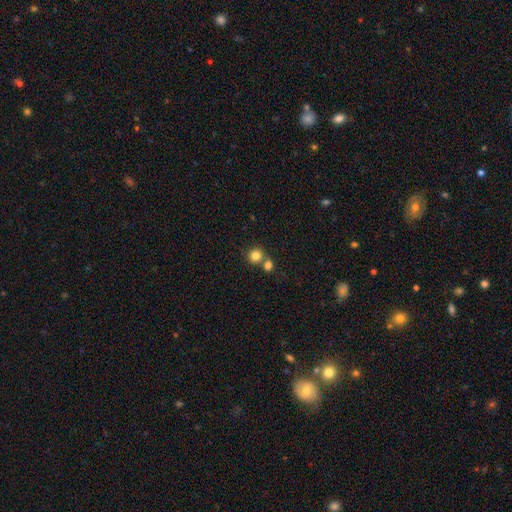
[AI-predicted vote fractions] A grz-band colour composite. It shows a smooth galaxy with no disk features (82%) that is round (88%). Merging: none (56%).